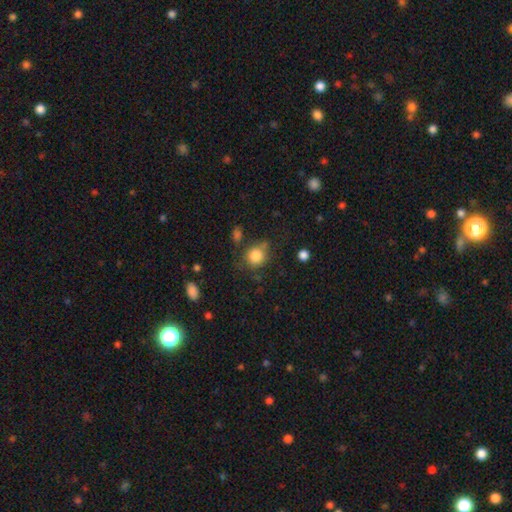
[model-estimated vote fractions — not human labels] This is clearly a smooth galaxy (82%). How rounded: likely round (78%). Merging: likely none (61%).